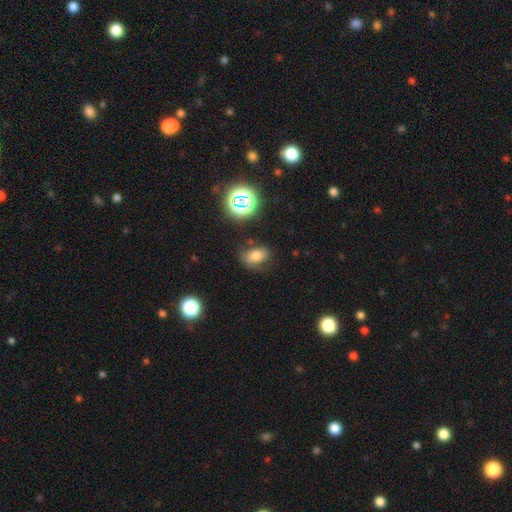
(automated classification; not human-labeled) The model was most divided on "merging": none: 69%, minor disturbance: 20%, major disturbance: 7%, merger: 3%. More confident: how rounded — in between (80%); smooth or featured — smooth (67%).